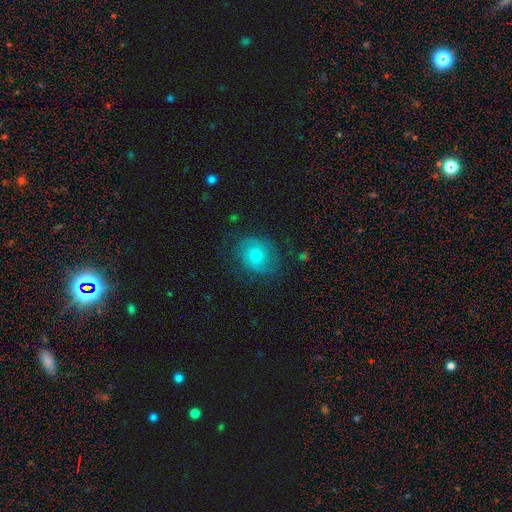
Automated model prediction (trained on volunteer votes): Overall: smooth (46%; featured or disk 44%). Merging: none (70%).